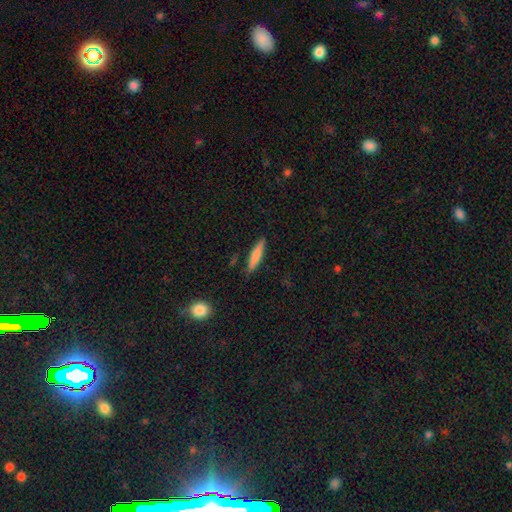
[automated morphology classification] type=smooth (78%); roundness=cigar-shaped (87%); merging=none (86%).